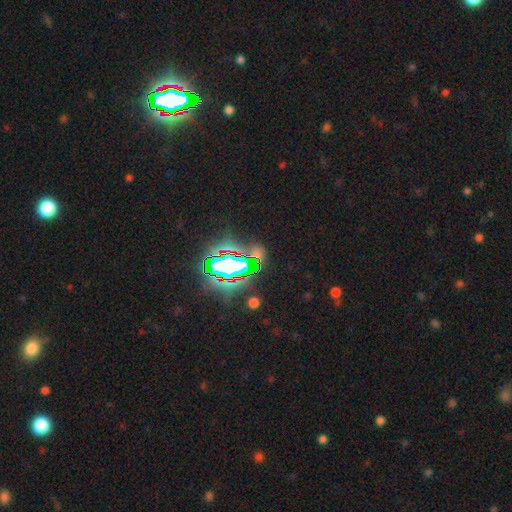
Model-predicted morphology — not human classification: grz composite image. It shows a star or artifact, not a galaxy (71%).